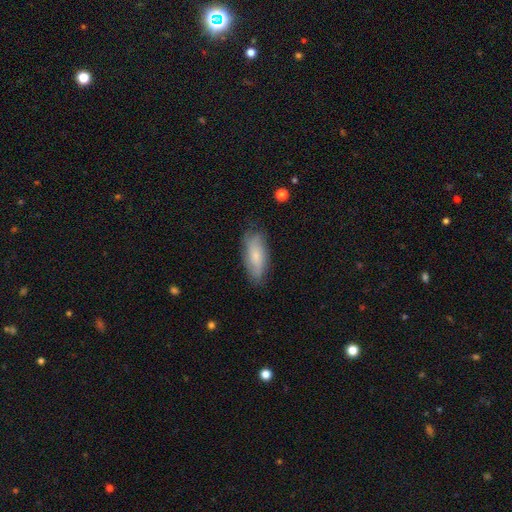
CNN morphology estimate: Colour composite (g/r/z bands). It shows a smooth galaxy with no disk features (65%) that is in between round and cigar-shaped (77%). Merging: none (74%).